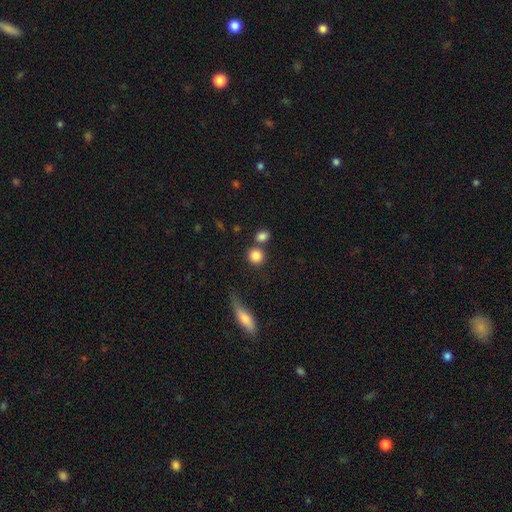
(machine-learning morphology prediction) The model was most divided on "merging": none: 66%, merger: 21%, minor disturbance: 9%, major disturbance: 4%. More confident: smooth or featured — smooth (84%); how rounded — round (84%).